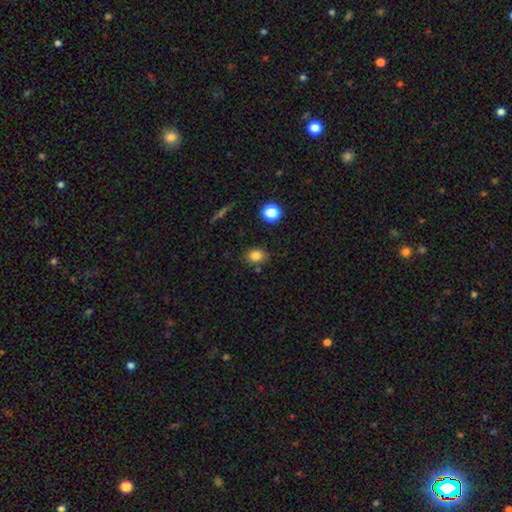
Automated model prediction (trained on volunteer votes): smooth_or_featured: smooth (p=0.81) [alt: star or artifact p=0.12]
how_rounded: in between (p=0.56) [alt: round p=0.43]
merging: none (p=0.79) [alt: minor disturbance p=0.14]